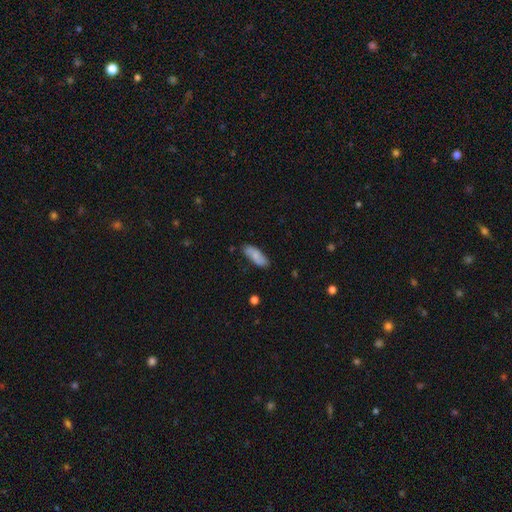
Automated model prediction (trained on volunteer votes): This appears to be a smooth galaxy with no disk features (78%) that is in between round and cigar-shaped (72%). Merging: none (81%).